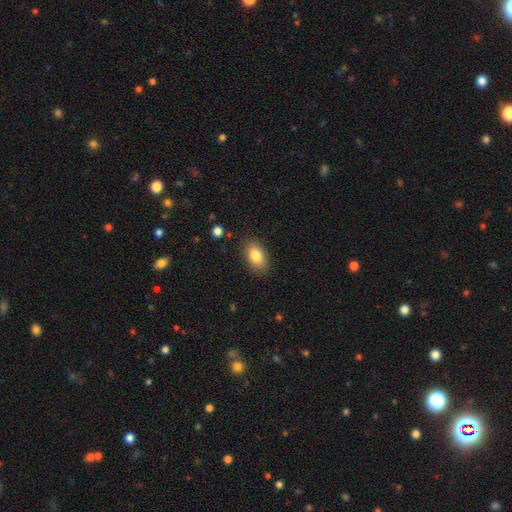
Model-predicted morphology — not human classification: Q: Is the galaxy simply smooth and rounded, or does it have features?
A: smooth — 82%.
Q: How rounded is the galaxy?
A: in between — 89%.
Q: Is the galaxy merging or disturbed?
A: none — 86%.